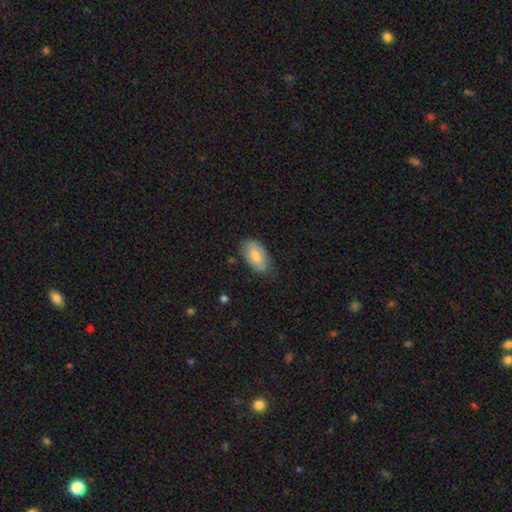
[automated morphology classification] This is likely a smooth galaxy (67%). How rounded: clearly in between (93%). Merging: likely none (72%).